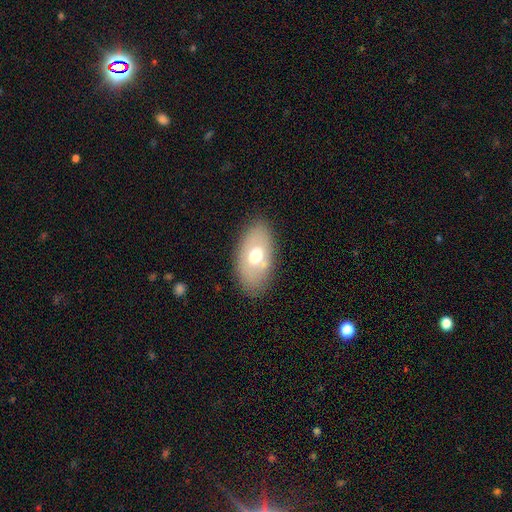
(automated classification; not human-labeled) A smooth galaxy with no disk features (59%) that is in between round and cigar-shaped (92%). Merging: none (82%).